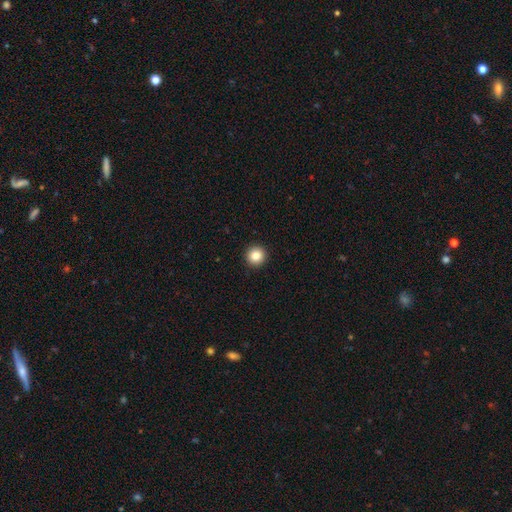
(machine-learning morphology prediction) smooth 85%, star or artifact 10%, featured or disk 5%. Down the decision tree: how rounded — round (95%); merging — none (93%).